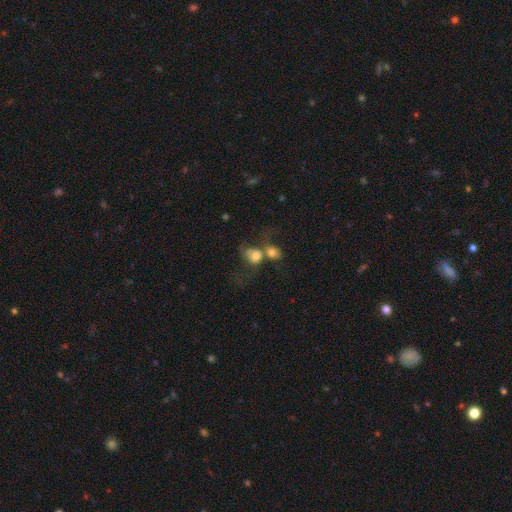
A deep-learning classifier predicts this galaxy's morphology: A smooth galaxy with no disk features (69%) that is round (66%). Merging: merger (66%).